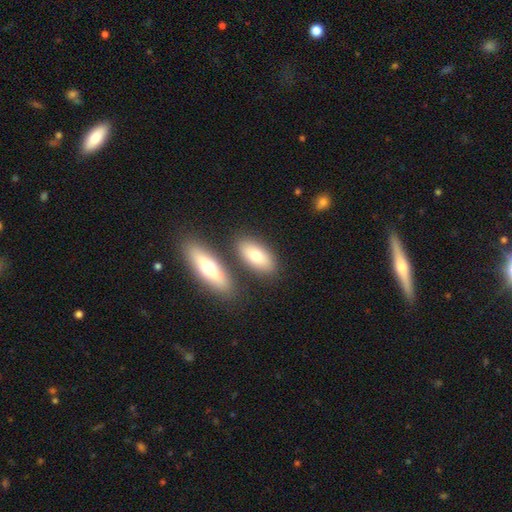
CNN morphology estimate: Smooth or featured?
  - smooth: 74% *
  - featured or disk: 19%
  - star or artifact: 6%
How rounded?
  - in between: 84% *
  - cigar-shaped: 12%
  - round: 4%
Merging?
  - none: 72% *
  - merger: 15%
  - minor disturbance: 10%
  - major disturbance: 3%